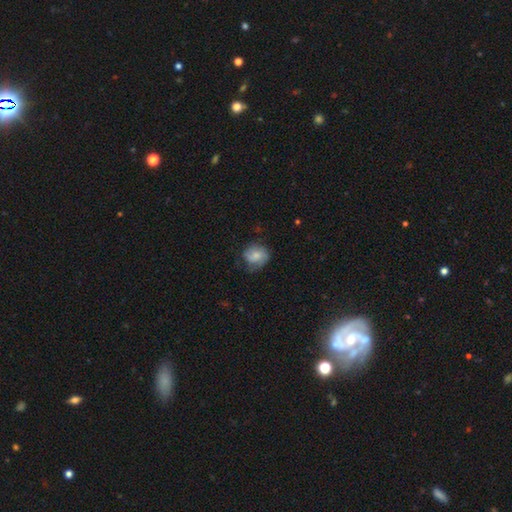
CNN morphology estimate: Smooth or featured: smooth — 61% (featured or disk — 31%)
How rounded: round — 69% (in between — 30%)
Merging: none — 55% (minor disturbance — 30%)